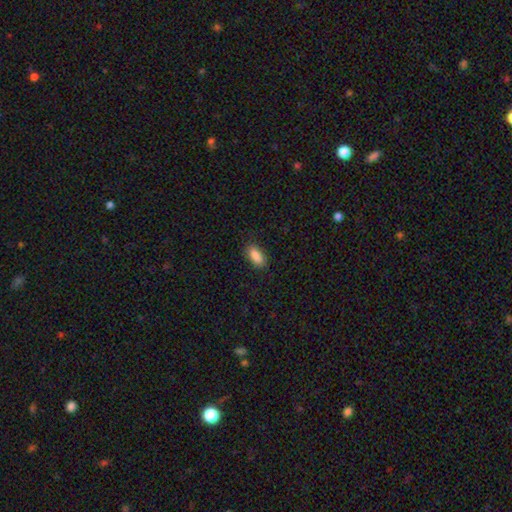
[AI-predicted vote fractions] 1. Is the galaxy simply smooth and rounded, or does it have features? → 89% smooth, 7% star or artifact, 4% featured or disk.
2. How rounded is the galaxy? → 87% in between, 10% cigar-shaped, 3% round.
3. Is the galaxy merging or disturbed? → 86% none, 11% minor disturbance, 3% major disturbance, 1% merger.